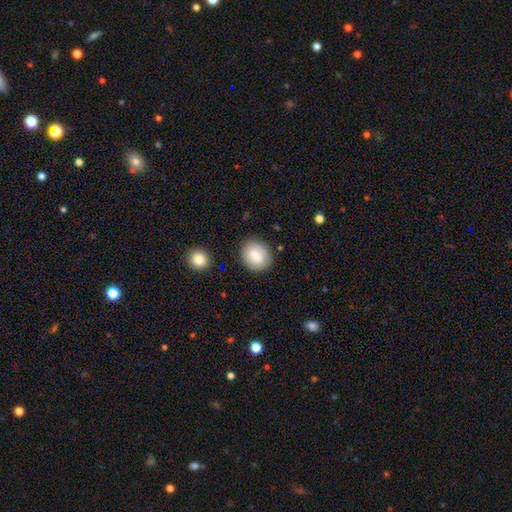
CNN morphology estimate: smooth_or_featured: smooth (p=0.75) [alt: featured or disk p=0.17]
how_rounded: round (p=0.65) [alt: in between p=0.34]
merging: none (p=0.84) [alt: minor disturbance p=0.11]